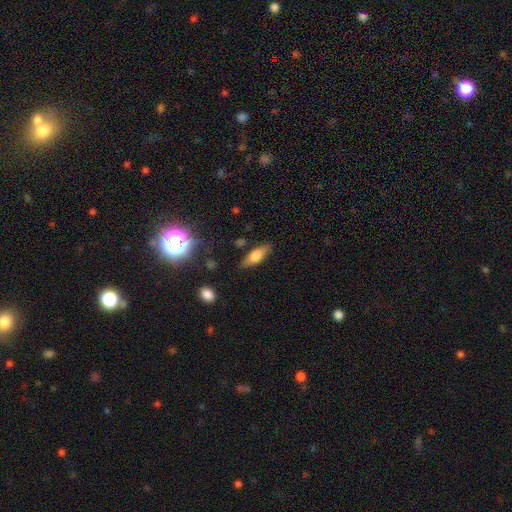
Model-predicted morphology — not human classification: A smooth galaxy with no disk features (62%) that is in between round and cigar-shaped (58%).

Vote fractions:
- Smooth or featured? smooth: 62% / featured or disk: 29% / star or artifact: 9%
- How rounded? in between: 58% / cigar-shaped: 39% / round: 3%
- Merging? none: 82% / minor disturbance: 13% / major disturbance: 3% / merger: 2%